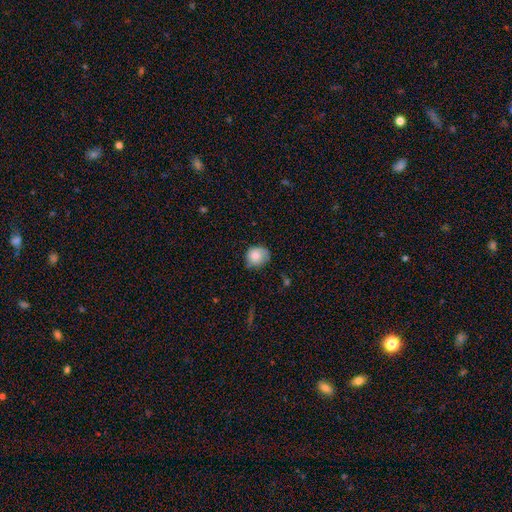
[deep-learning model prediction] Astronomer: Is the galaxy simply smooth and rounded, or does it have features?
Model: smooth — 78%.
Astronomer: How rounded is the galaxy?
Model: round — 71%.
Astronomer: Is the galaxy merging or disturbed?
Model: none — 59%.